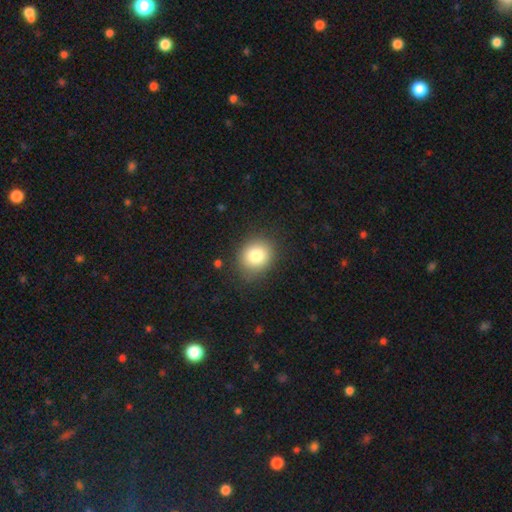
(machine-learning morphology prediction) smooth 81%, star or artifact 10%, featured or disk 9%. Down the decision tree: how rounded — round (73%); merging — none (85%).